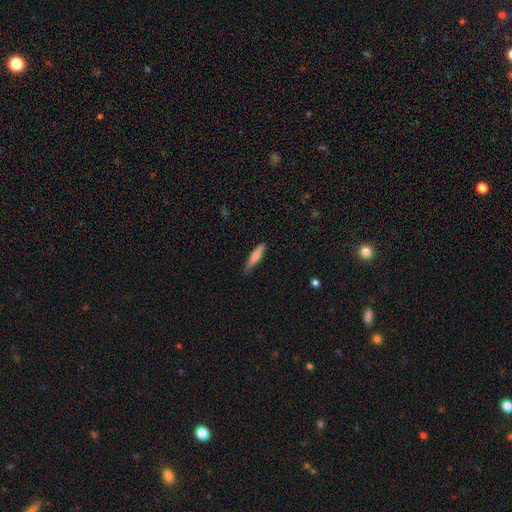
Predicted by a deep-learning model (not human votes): smooth 69%, featured or disk 25%, star or artifact 6%. Down the decision tree: how rounded — cigar-shaped (87%); merging — none (80%).